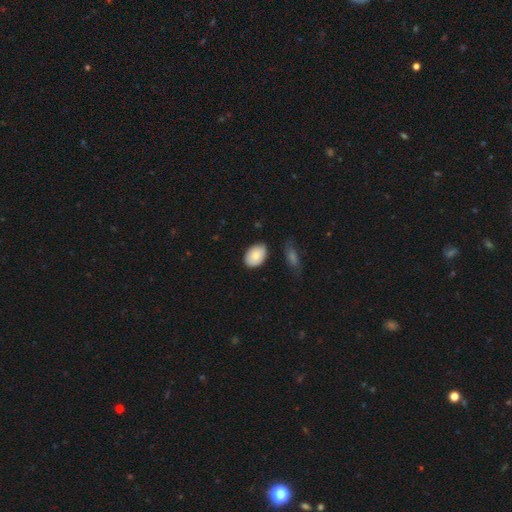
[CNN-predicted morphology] A smooth galaxy with no disk features (82%) that is in between round and cigar-shaped (85%).

Vote fractions:
- Smooth or featured? smooth: 82% / featured or disk: 12% / star or artifact: 7%
- How rounded? in between: 85% / round: 13% / cigar-shaped: 1%
- Merging? none: 76% / minor disturbance: 17% / merger: 3% / major disturbance: 3%